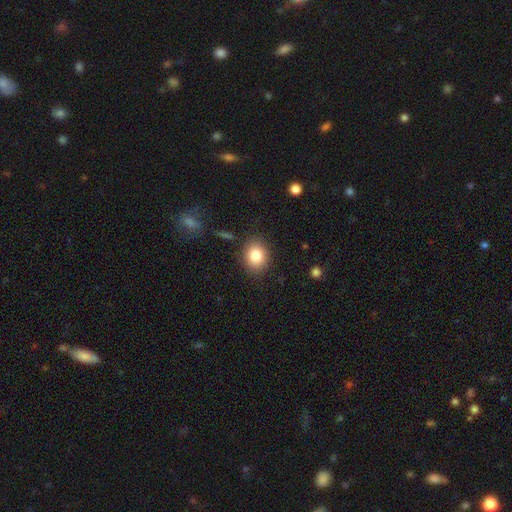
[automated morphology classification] This appears to be a smooth galaxy with no disk features (83%) that is round (58%). Merging: none (85%).